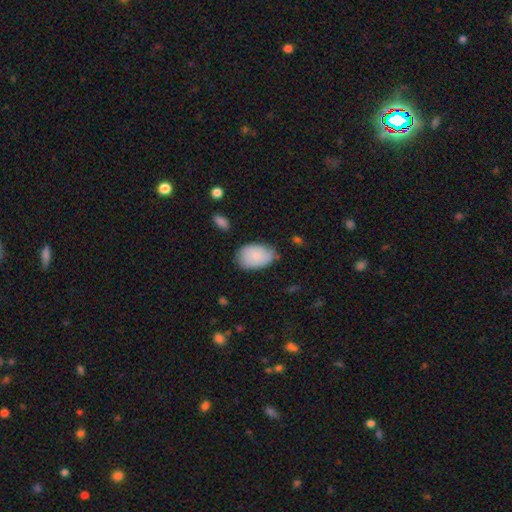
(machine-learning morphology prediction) Smooth or featured?
  - smooth: 86% *
  - featured or disk: 8%
  - star or artifact: 6%
How rounded?
  - in between: 90% *
  - round: 9%
  - cigar-shaped: 1%
Merging?
  - none: 73% *
  - minor disturbance: 20%
  - major disturbance: 4%
  - merger: 2%